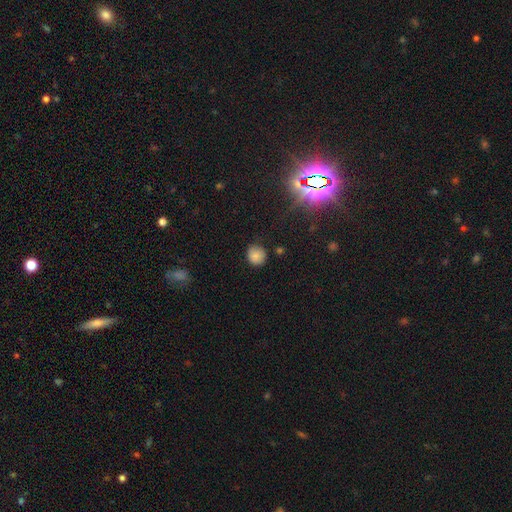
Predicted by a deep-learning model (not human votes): A smooth galaxy with no disk features (79%) that is round (87%). Merging: none (82%).